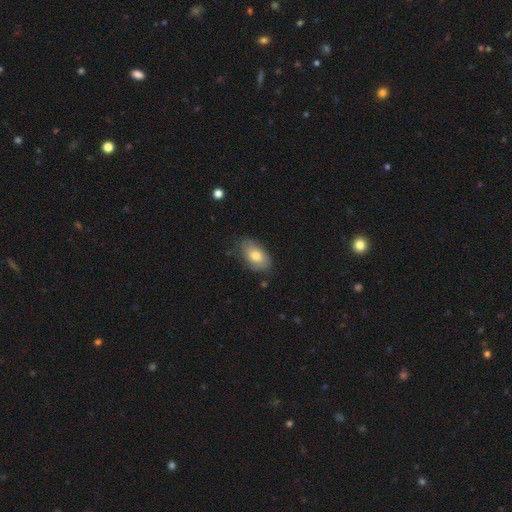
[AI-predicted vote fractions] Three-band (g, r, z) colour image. It shows a smooth galaxy with no disk features (73%) that is in between round and cigar-shaped (91%). Merging: none (76%).